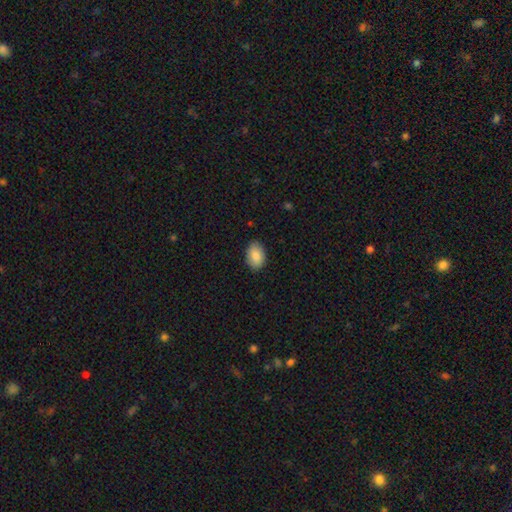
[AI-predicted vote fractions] This is clearly a smooth galaxy (87%). How rounded: clearly in between (86%). Merging: clearly none (86%).